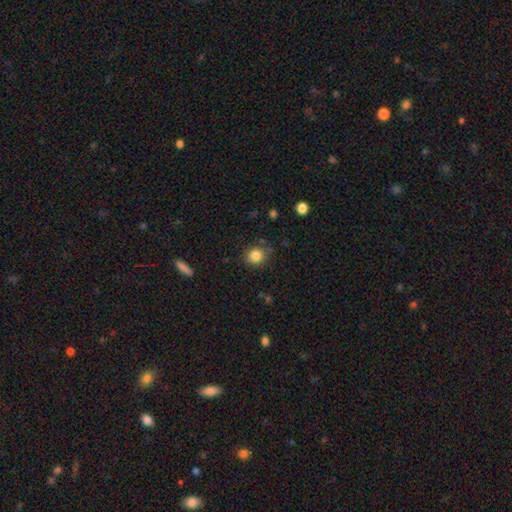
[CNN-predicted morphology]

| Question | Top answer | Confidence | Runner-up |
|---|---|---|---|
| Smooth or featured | smooth | 84% | star or artifact (11%) |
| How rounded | round | 83% | in between (16%) |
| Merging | none | 80% | minor disturbance (13%) |